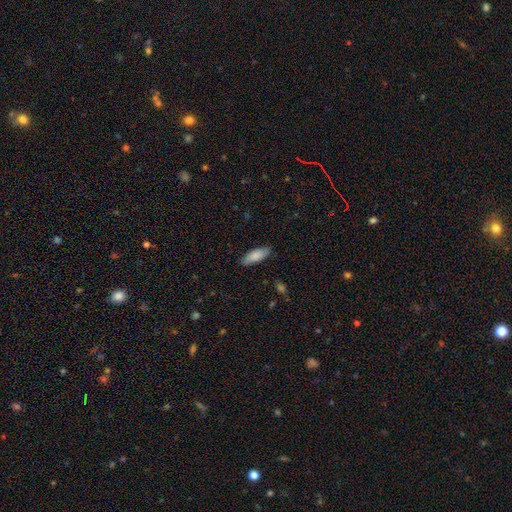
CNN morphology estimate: Q: Smooth or featured?
A: smooth (85%); runner-up: featured or disk (9%)
Q: How rounded?
A: in between (69%); runner-up: cigar-shaped (29%)
Q: Merging?
A: none (84%); runner-up: minor disturbance (12%)